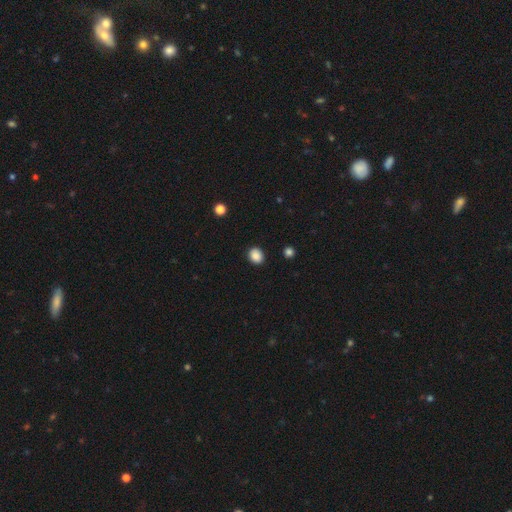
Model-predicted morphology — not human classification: Smooth or featured? Predicted: smooth (p=0.87). How rounded? Predicted: round (p=0.62). Merging? Predicted: none (p=0.90).